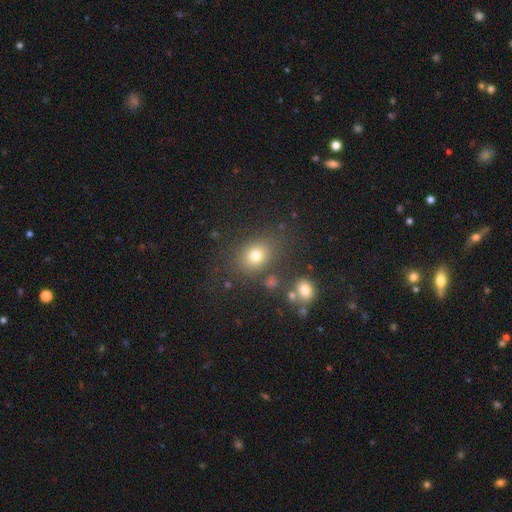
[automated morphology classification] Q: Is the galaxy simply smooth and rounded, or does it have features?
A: smooth — 75%.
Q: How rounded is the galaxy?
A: round — 54%.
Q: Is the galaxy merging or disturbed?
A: none — 77%.